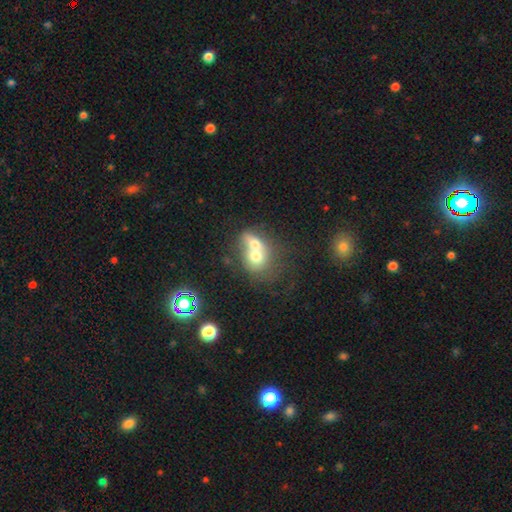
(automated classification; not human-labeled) Overall: smooth (62%; featured or disk 28%). How rounded: round (54%; in between 45%). Merging: merger (74%).